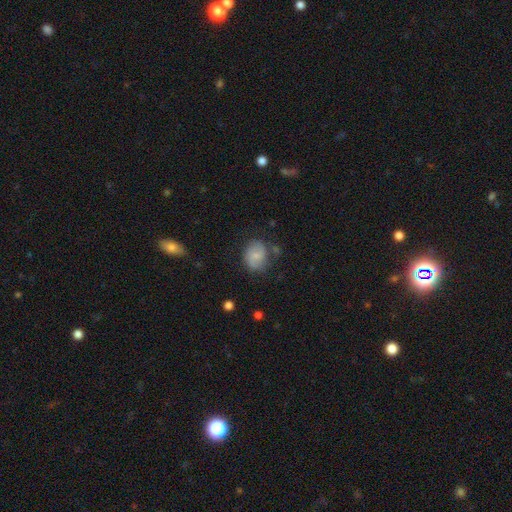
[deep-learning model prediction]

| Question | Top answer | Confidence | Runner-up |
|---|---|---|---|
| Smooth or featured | smooth | 63% | featured or disk (28%) |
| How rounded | round | 55% | in between (44%) |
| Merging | none | 67% | minor disturbance (21%) |